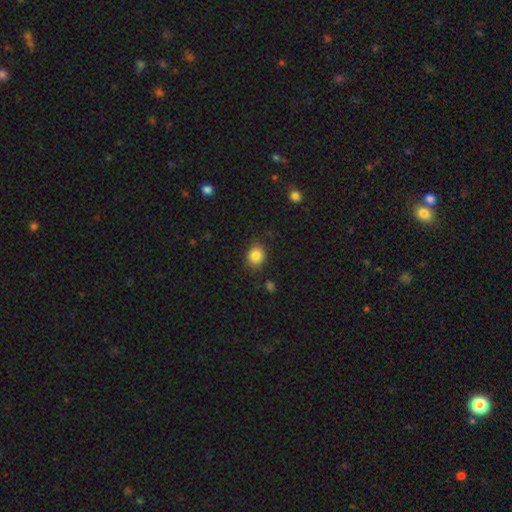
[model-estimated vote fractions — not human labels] This appears to be a smooth galaxy with no disk features (86%) that is round (66%). Merging: none (82%).